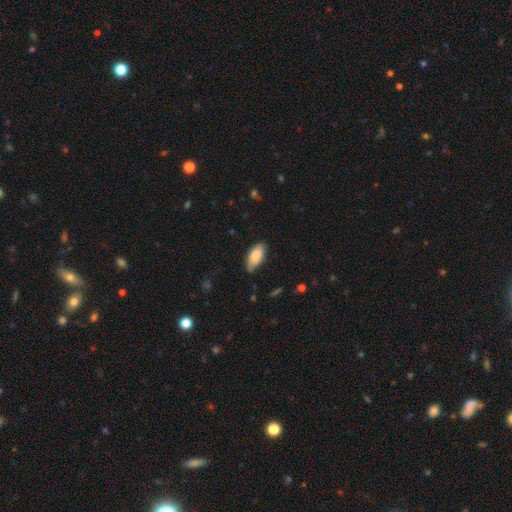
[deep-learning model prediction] This is likely a smooth galaxy (78%). How rounded: clearly in between (92%). Merging: likely none (64%).